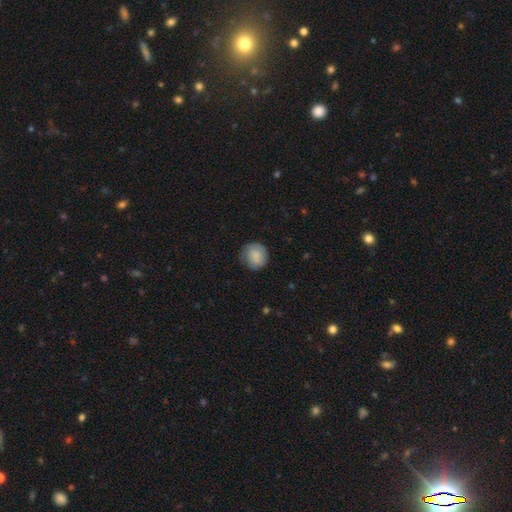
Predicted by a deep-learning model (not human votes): The model was most divided on "merging": none: 70%, minor disturbance: 22%, major disturbance: 6%, merger: 1%. More confident: how rounded — round (87%); smooth or featured — smooth (80%).